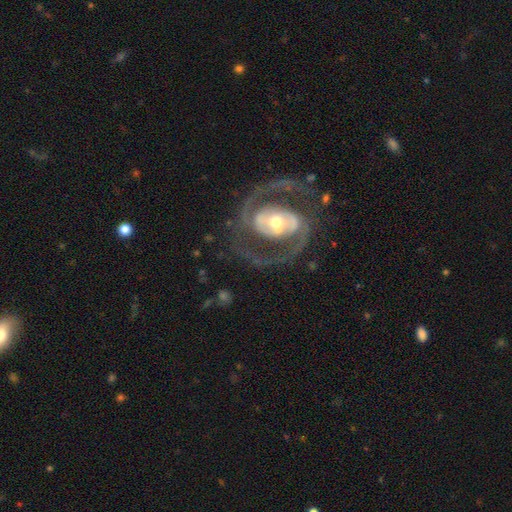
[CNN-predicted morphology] type=featured or disk (90%); edge-on=no (97%); bar=strong (36%); spiral arms=yes (95%); winding=medium (54%); arm count=2 (91%); bulge=moderate (53%); merging=none (78%).